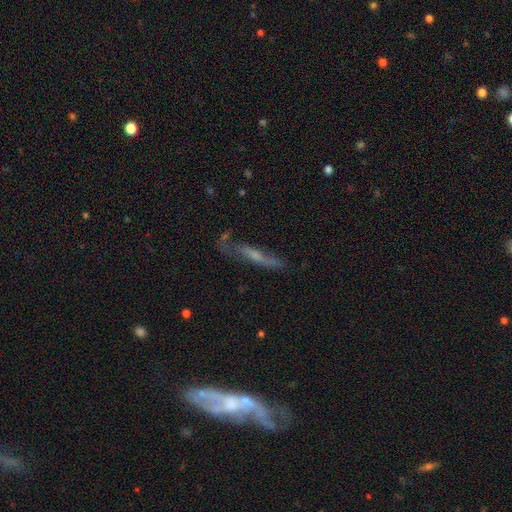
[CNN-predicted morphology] Overall: featured or disk (54%; smooth 35%). Edge-on disk: yes (66%; no 34%). Merging: none (59%; minor disturbance 23%).